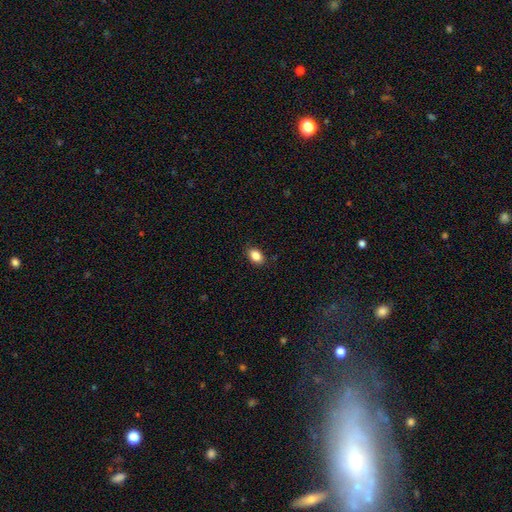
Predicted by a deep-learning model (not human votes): This is clearly a smooth galaxy (86%). How rounded: clearly in between (83%). Merging: clearly none (88%).